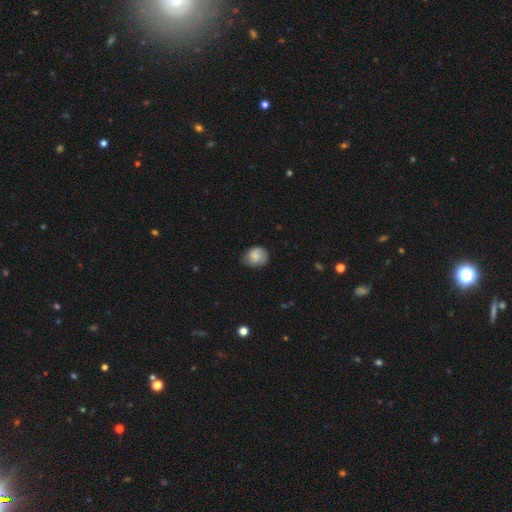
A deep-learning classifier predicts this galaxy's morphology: type=smooth (78%); roundness=round (58%); merging=none (59%).